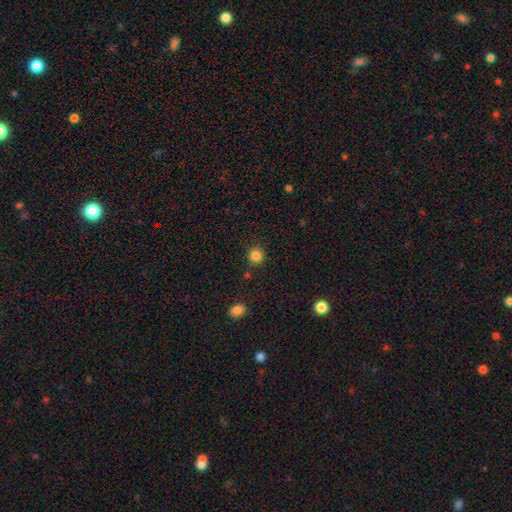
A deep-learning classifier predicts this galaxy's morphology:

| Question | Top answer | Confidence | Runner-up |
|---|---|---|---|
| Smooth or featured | smooth | 84% | star or artifact (12%) |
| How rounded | round | 92% | in between (7%) |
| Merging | none | 86% | minor disturbance (7%) |